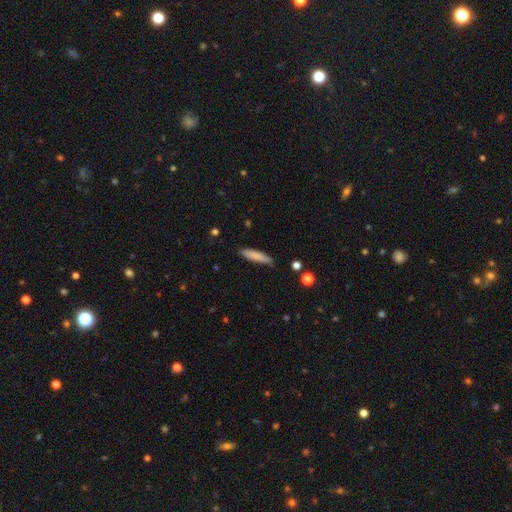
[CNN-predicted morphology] This appears to be a smooth galaxy with no disk features (83%) that is cigar-shaped (83%). Merging: none (81%).